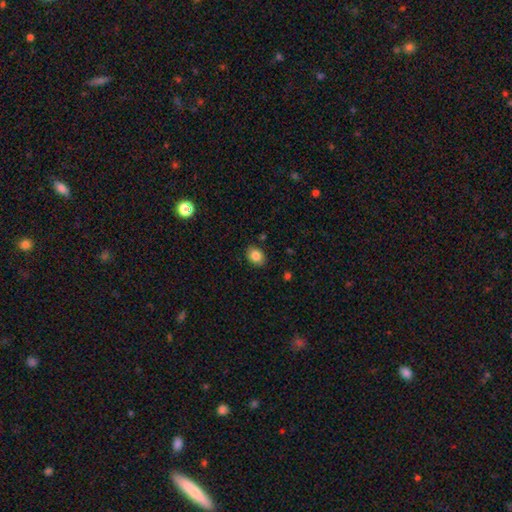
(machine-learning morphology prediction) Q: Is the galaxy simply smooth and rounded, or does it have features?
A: smooth — 84%.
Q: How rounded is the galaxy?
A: in between — 60%.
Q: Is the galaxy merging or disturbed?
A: none — 87%.